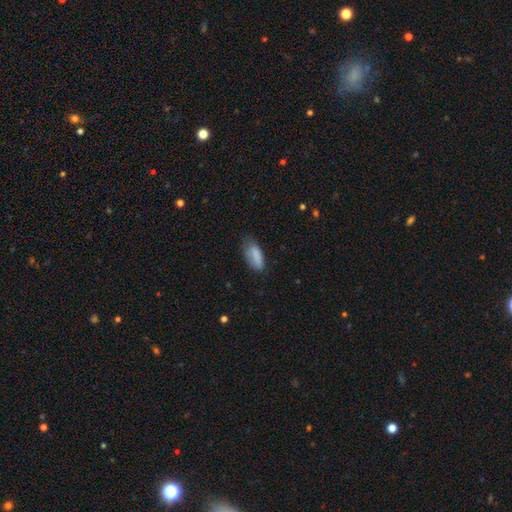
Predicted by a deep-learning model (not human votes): Smooth or featured: smooth — 84% (featured or disk — 8%)
How rounded: in between — 82% (cigar-shaped — 16%)
Merging: none — 57% (minor disturbance — 33%)